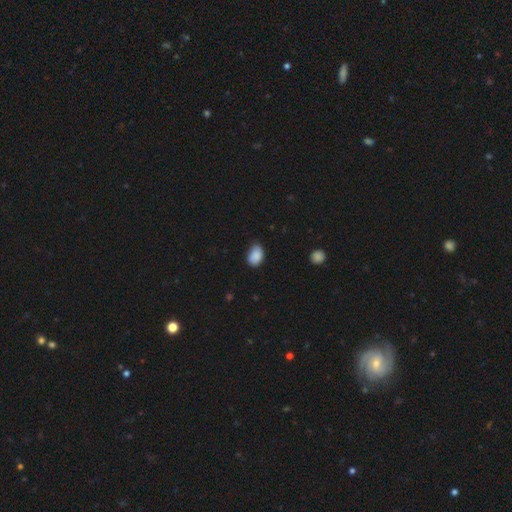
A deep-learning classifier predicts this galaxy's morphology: smooth-or-featured: smooth: 88% | star or artifact: 8% | featured or disk: 4%
  how-rounded: in between: 81% | round: 18% | cigar-shaped: 1%
  merging: none: 66% | minor disturbance: 29% | major disturbance: 4% | merger: 1%